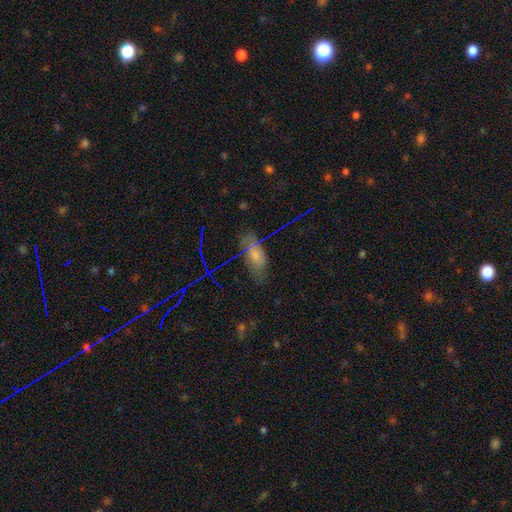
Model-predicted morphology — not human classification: smooth_or_featured: smooth (p=0.51) [alt: star or artifact p=0.25]
how_rounded: in between (p=0.81) [alt: cigar-shaped p=0.14]
merging: none (p=0.71) [alt: minor disturbance p=0.20]